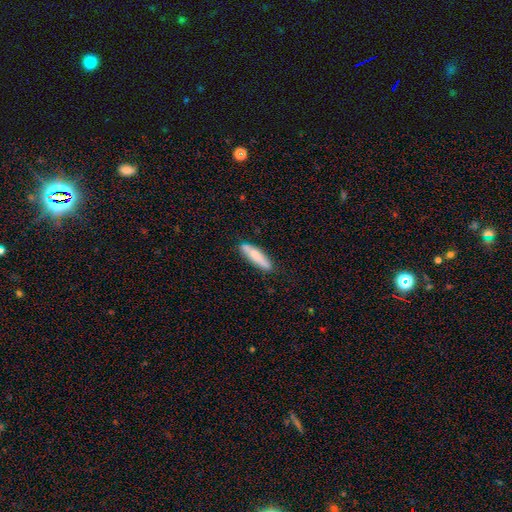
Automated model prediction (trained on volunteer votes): A smooth galaxy with no disk features (73%) that is cigar-shaped (74%). Merging: none (75%).